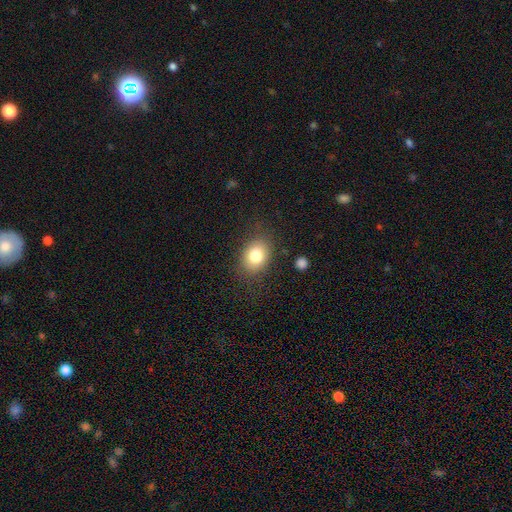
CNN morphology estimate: Overall: smooth (80%). How rounded: in between (66%; round 33%). Merging: none (81%).